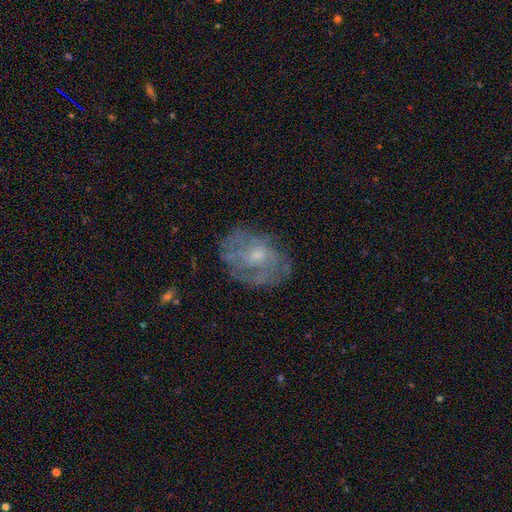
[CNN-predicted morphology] type=featured or disk (62%); edge-on=no (96%); bar=no (75%); spiral arms=yes (54%); bulge=small (53%); merging=none (66%).